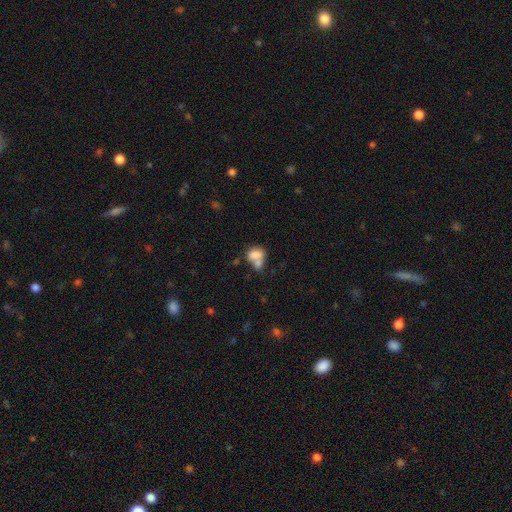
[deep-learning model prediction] A smooth galaxy with no disk features (74%) that is in between round and cigar-shaped (67%).

Vote fractions:
- Smooth or featured? smooth: 74% / featured or disk: 17% / star or artifact: 9%
- How rounded? in between: 67% / round: 31% / cigar-shaped: 1%
- Merging? merger: 60% / none: 23% / minor disturbance: 11% / major disturbance: 6%